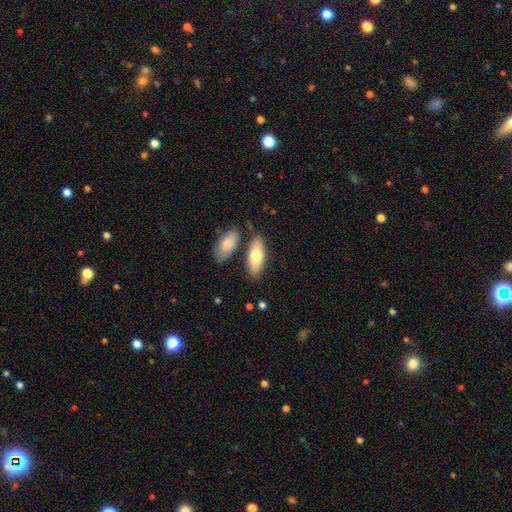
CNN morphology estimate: Q: Smooth or featured?
A: smooth (75%); runner-up: featured or disk (20%)
Q: How rounded?
A: in between (76%); runner-up: cigar-shaped (21%)
Q: Merging?
A: none (73%); runner-up: minor disturbance (12%)